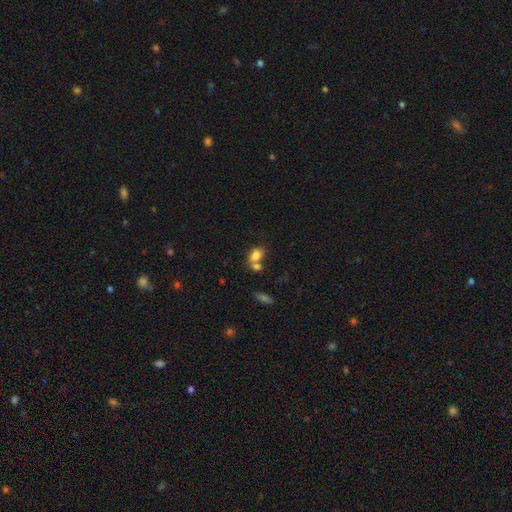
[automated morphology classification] smooth_or_featured: smooth (p=0.79) [alt: star or artifact p=0.11]
how_rounded: in between (p=0.72) [alt: round p=0.26]
merging: merger (p=0.45) [alt: none p=0.38]